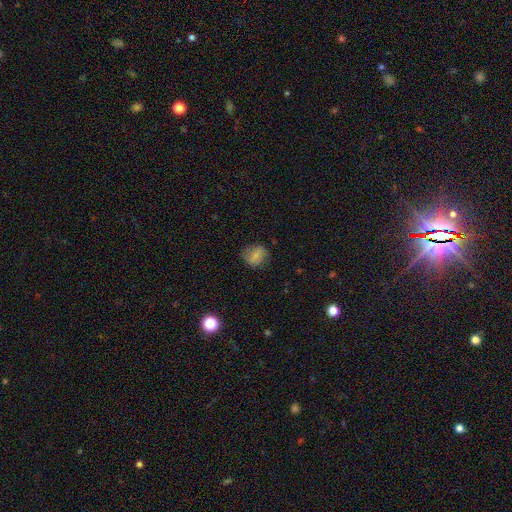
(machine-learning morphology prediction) Q: Smooth or featured?
A: smooth (76%); runner-up: featured or disk (13%)
Q: How rounded?
A: round (62%); runner-up: in between (36%)
Q: Merging?
A: none (74%); runner-up: minor disturbance (19%)